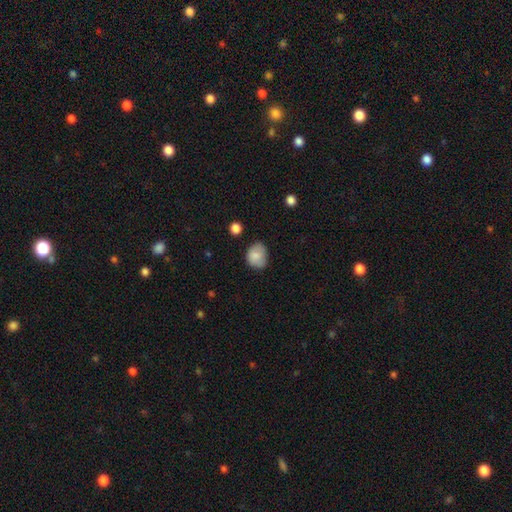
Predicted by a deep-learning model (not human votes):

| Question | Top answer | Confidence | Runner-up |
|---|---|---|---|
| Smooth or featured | smooth | 83% | featured or disk (9%) |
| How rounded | round | 50% | in between (49%) |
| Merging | none | 60% | minor disturbance (32%) |